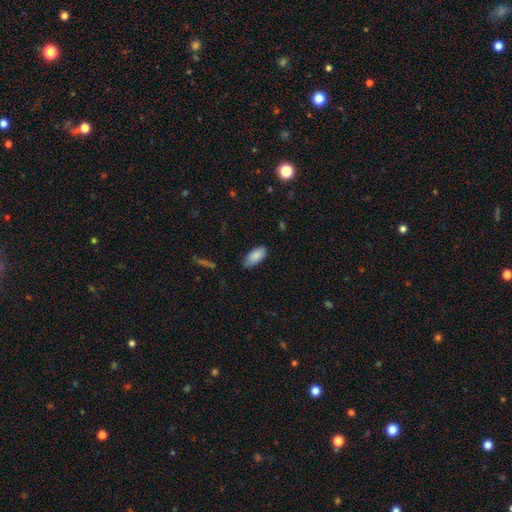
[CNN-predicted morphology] A smooth galaxy with no disk features (86%) that is in between round and cigar-shaped (92%). Merging: none (71%).